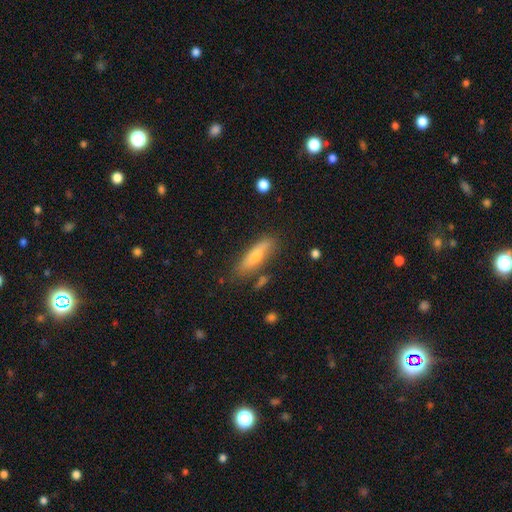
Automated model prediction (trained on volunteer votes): Morphology: type=smooth (61%); roundness=cigar-shaped (63%); merging=none (75%).